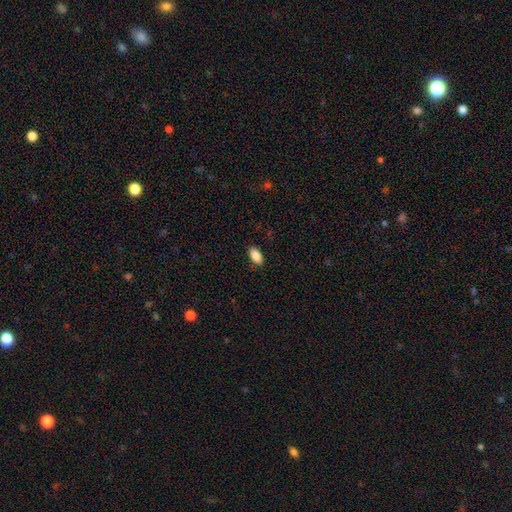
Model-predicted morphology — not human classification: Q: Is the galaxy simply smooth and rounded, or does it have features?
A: smooth — 87%.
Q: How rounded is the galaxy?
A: in between — 91%.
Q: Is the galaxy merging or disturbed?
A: none — 88%.